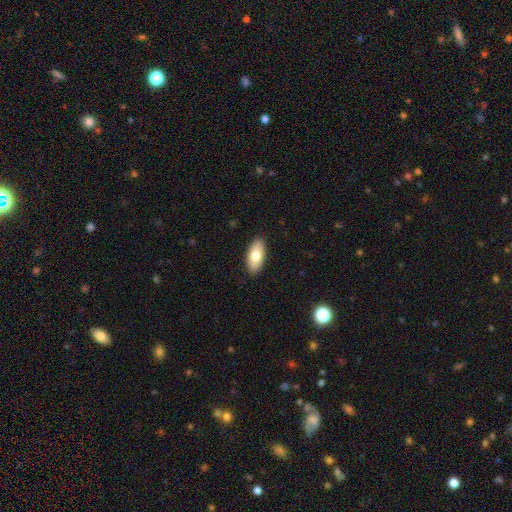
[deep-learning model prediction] Smooth or featured? smooth (76%)
How rounded? in between (88%)
Merging? none (90%)